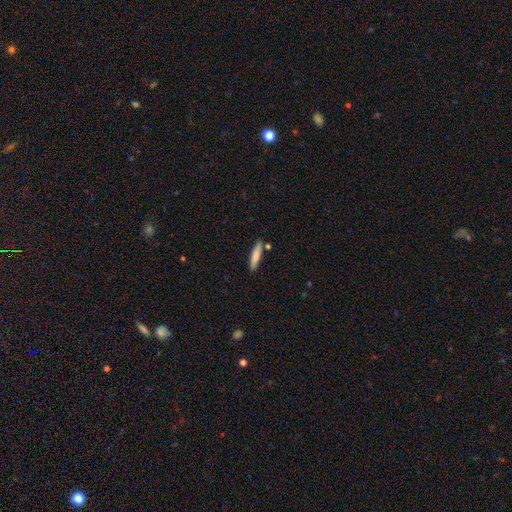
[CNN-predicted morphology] Smooth or featured: smooth — 78% (featured or disk — 16%)
How rounded: cigar-shaped — 84% (in between — 14%)
Merging: none — 83% (minor disturbance — 10%)